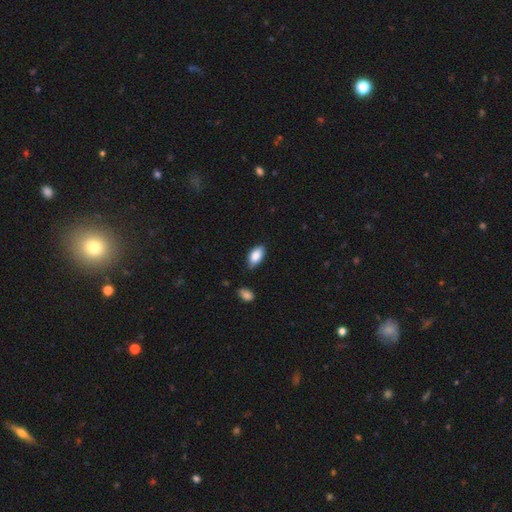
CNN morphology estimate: Smooth or featured? Predicted: smooth (p=0.86). How rounded? Predicted: in between (p=0.93). Merging? Predicted: none (p=0.75).